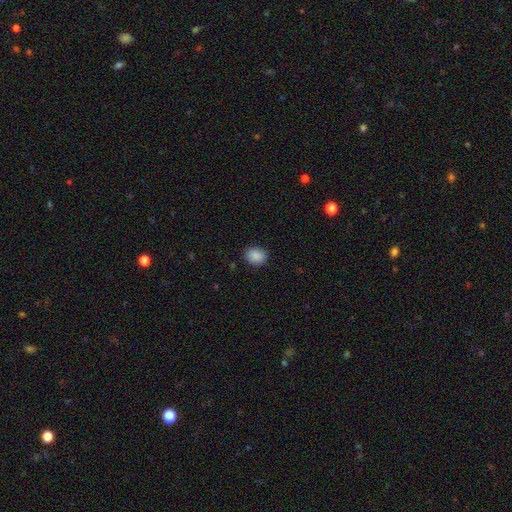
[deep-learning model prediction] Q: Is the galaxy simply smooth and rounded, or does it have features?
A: smooth — 89%.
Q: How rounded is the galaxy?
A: round — 55%.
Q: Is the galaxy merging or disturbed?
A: none — 88%.